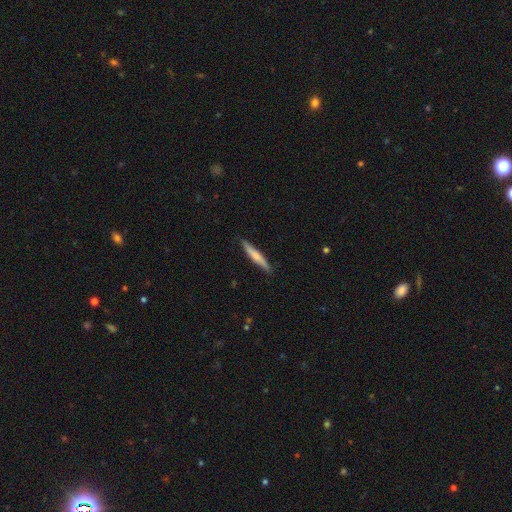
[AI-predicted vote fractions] This is likely a smooth galaxy (62%). How rounded: clearly cigar-shaped (93%). Merging: clearly none (88%).